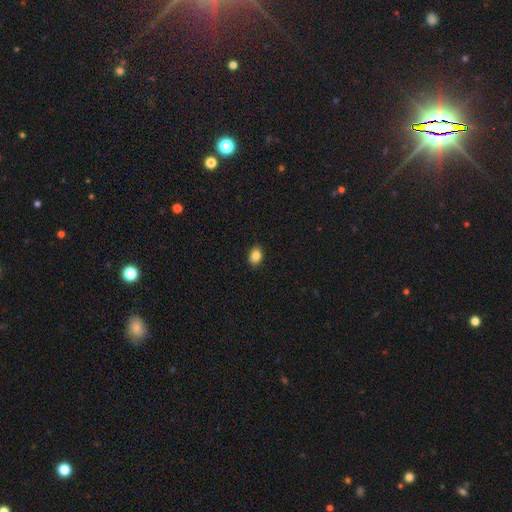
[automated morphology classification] type=smooth (87%); roundness=in between (67%); merging=none (90%).